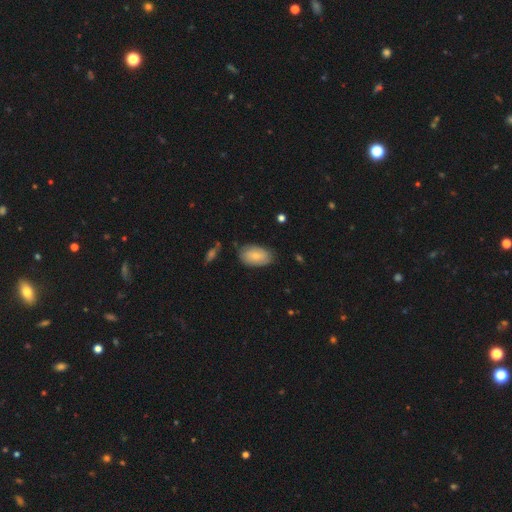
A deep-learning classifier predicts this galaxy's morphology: type=smooth (77%); roundness=in between (94%); merging=none (76%).